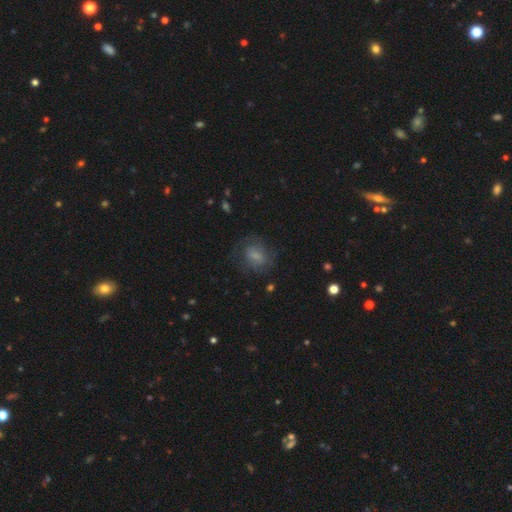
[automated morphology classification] A smooth galaxy with no disk features (62%) that is in between round and cigar-shaped (56%).

Vote fractions:
- Smooth or featured? smooth: 62% / featured or disk: 28% / star or artifact: 10%
- How rounded? in between: 56% / round: 41% / cigar-shaped: 2%
- Merging? none: 62% / minor disturbance: 21% / major disturbance: 16% / merger: 2%